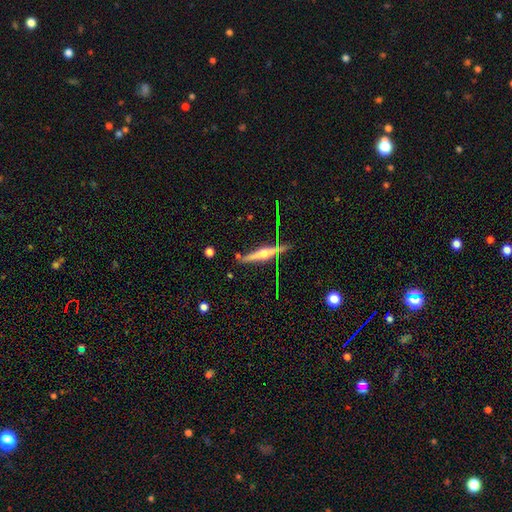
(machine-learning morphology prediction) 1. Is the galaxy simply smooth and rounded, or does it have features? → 74% featured or disk, 17% smooth, 9% star or artifact.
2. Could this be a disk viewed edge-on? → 92% yes, 8% no.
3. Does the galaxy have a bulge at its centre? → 89% rounded, 6% none, 5% boxy.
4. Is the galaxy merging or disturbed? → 73% none, 16% minor disturbance, 7% major disturbance, 5% merger.